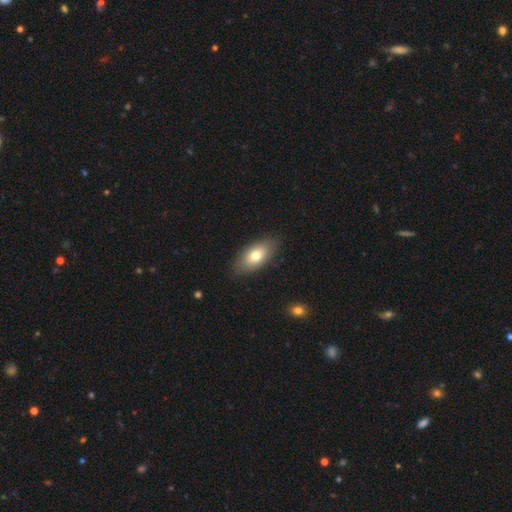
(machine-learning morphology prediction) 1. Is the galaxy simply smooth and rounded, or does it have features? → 74% smooth, 19% featured or disk, 7% star or artifact.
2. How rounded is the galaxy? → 90% in between, 7% cigar-shaped, 4% round.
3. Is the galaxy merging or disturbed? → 86% none, 10% minor disturbance, 2% major disturbance, 1% merger.